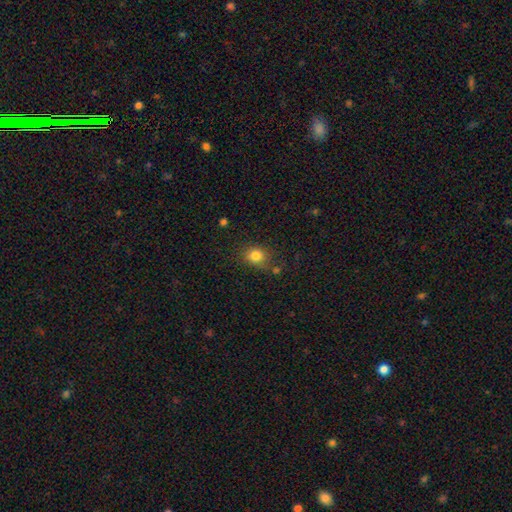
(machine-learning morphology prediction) smooth-or-featured: smooth: 82% | star or artifact: 12% | featured or disk: 6%
  how-rounded: round: 64% | in between: 35% | cigar-shaped: 1%
  merging: none: 76% | minor disturbance: 14% | major disturbance: 5% | merger: 5%